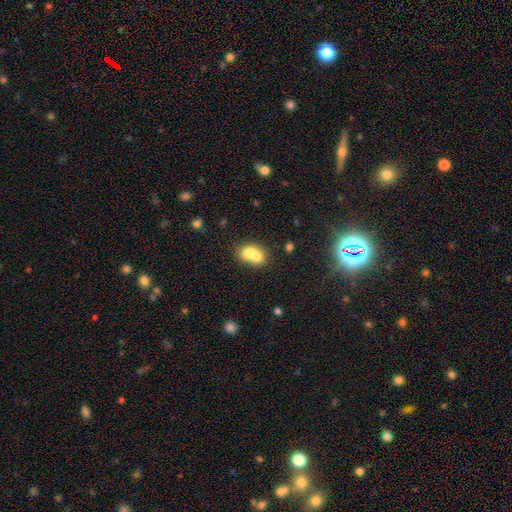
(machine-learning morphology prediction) A smooth galaxy with no disk features (70%) that is round (56%). Merging: merger (72%).